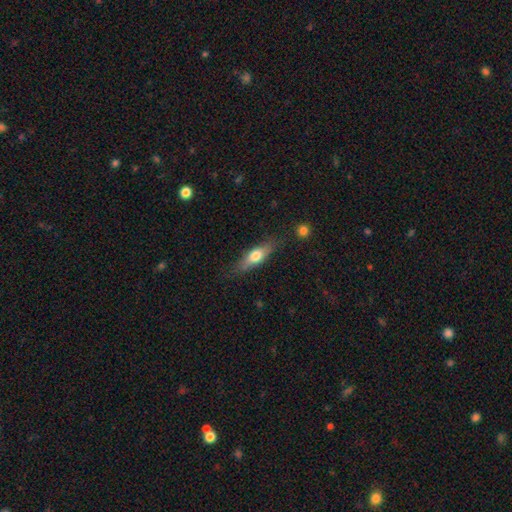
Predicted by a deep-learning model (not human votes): Smooth or featured? smooth (61%)
How rounded? cigar-shaped (49%)
Merging? none (76%)